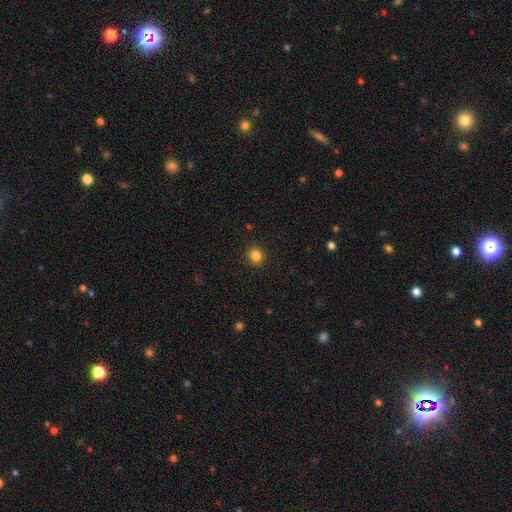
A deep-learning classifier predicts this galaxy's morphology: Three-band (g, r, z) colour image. It shows a smooth galaxy with no disk features (85%) that is round (82%). Merging: none (91%).